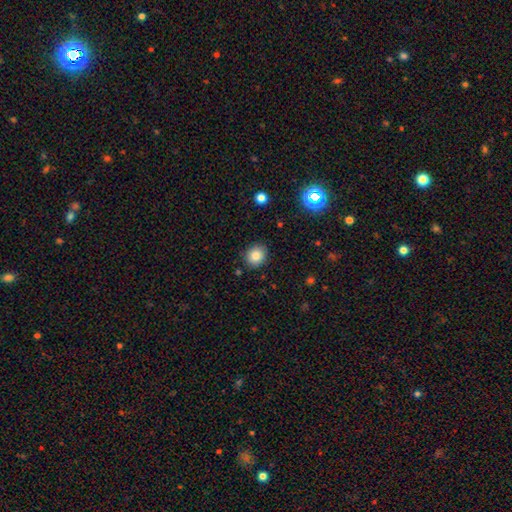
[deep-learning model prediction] Smooth or featured?
  - smooth: 84% *
  - star or artifact: 10%
  - featured or disk: 6%
How rounded?
  - round: 72% *
  - in between: 27%
  - cigar-shaped: 1%
Merging?
  - none: 88% *
  - minor disturbance: 8%
  - major disturbance: 2%
  - merger: 1%